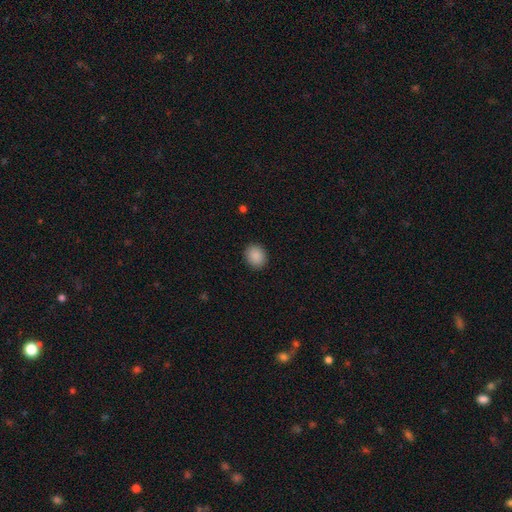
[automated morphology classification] Q: Smooth or featured?
A: smooth (89%); runner-up: star or artifact (8%)
Q: How rounded?
A: round (69%); runner-up: in between (30%)
Q: Merging?
A: none (91%); runner-up: minor disturbance (6%)